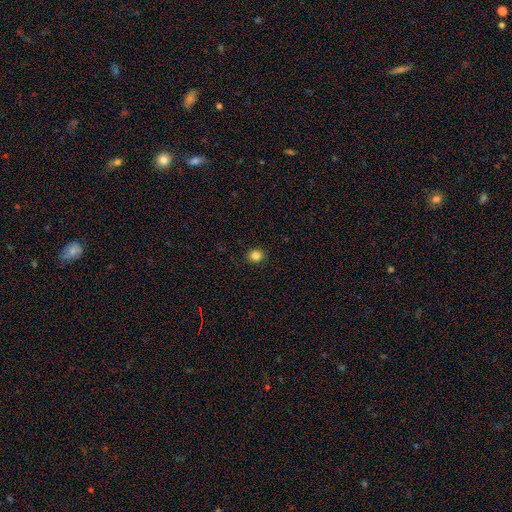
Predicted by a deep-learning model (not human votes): The model was most divided on "how rounded": round: 81%, in between: 18%, cigar-shaped: 1%. More confident: merging — none (90%); smooth or featured — smooth (84%).